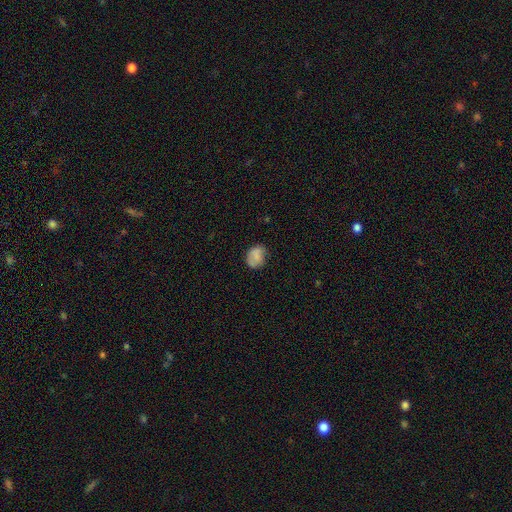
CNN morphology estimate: A smooth galaxy with no disk features (76%) that is round (51%). Merging: none (70%).